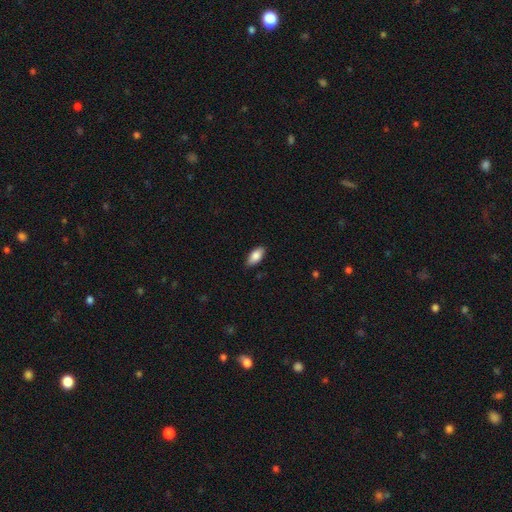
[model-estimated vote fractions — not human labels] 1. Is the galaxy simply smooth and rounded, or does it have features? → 85% smooth, 9% featured or disk, 7% star or artifact.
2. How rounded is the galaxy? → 90% in between, 8% cigar-shaped, 2% round.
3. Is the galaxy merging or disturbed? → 84% none, 13% minor disturbance, 2% major disturbance, 1% merger.